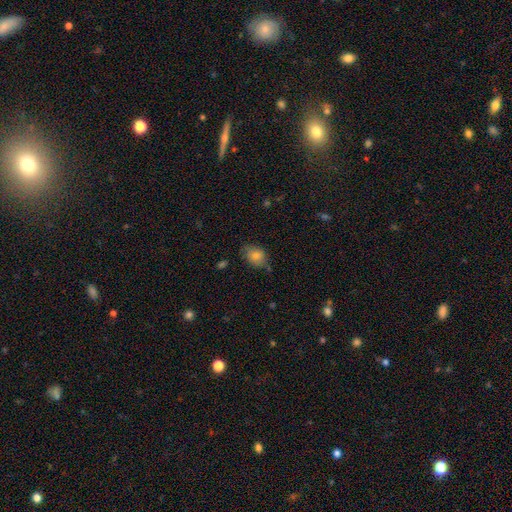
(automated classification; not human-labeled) Smooth or featured? smooth (75%)
How rounded? in between (63%)
Merging? none (67%)